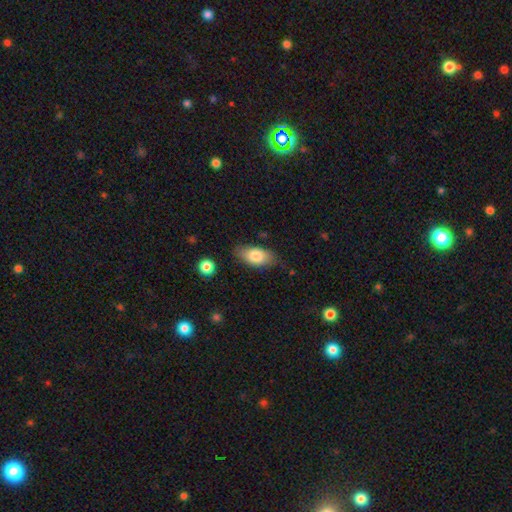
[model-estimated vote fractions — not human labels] Smooth or featured?
  - smooth: 79% *
  - featured or disk: 14%
  - star or artifact: 7%
How rounded?
  - in between: 90% *
  - cigar-shaped: 7%
  - round: 4%
Merging?
  - none: 75% *
  - minor disturbance: 18%
  - major disturbance: 4%
  - merger: 2%